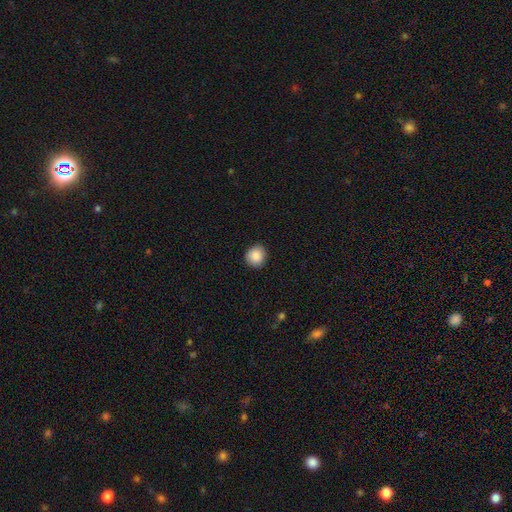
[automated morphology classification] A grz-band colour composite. It shows a smooth galaxy with no disk features (88%) that is round (84%). Merging: none (89%).